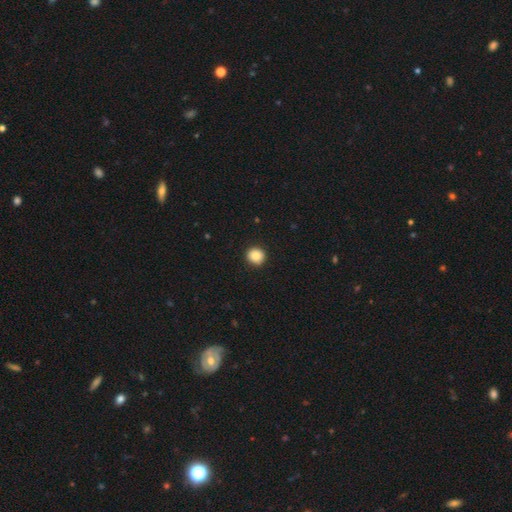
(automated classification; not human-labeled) The model was most divided on "smooth or featured": smooth: 86%, star or artifact: 9%, featured or disk: 4%. More confident: merging — none (92%); how rounded — round (92%).